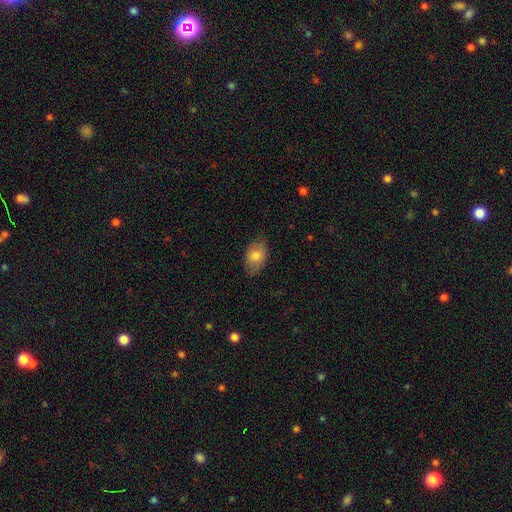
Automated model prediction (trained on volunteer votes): Smooth or featured: smooth — 77% (featured or disk — 16%)
How rounded: in between — 88% (round — 10%)
Merging: none — 77% (minor disturbance — 18%)